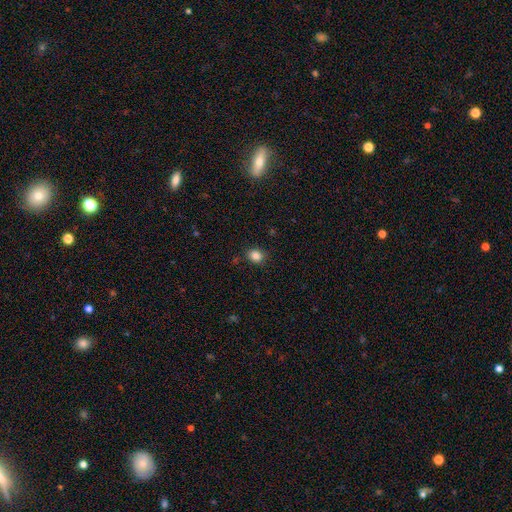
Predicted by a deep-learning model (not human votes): Overall: smooth (85%). How rounded: round (58%; in between 41%). Merging: none (85%).